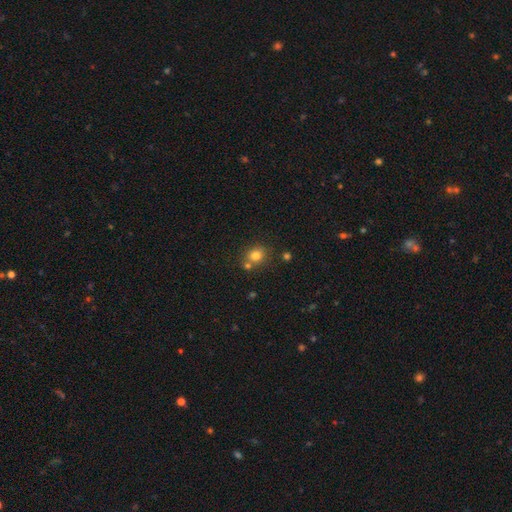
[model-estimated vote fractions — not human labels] Smooth or featured? smooth (78%)
How rounded? round (77%)
Merging? none (65%)